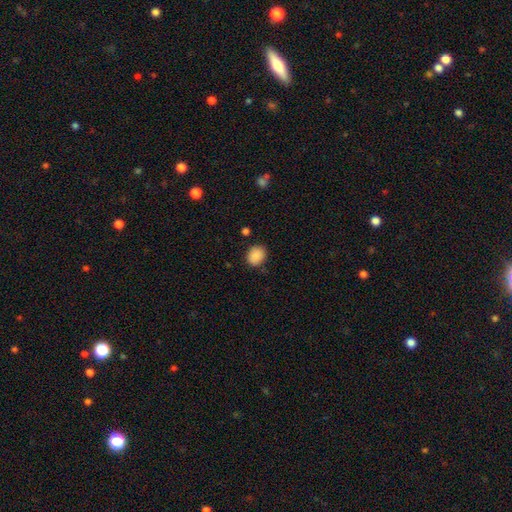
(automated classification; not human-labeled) This appears to be a smooth galaxy with no disk features (88%) that is round (59%). Merging: none (79%).